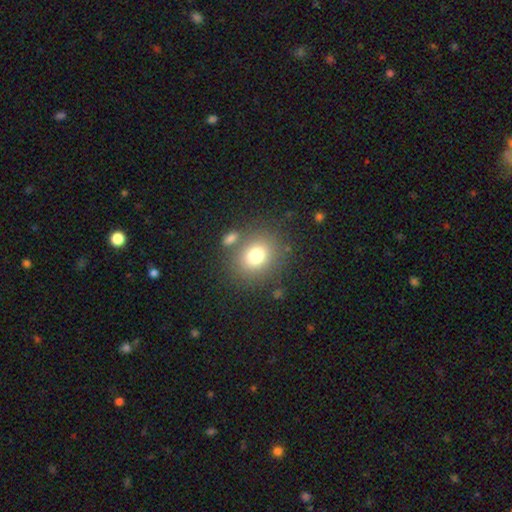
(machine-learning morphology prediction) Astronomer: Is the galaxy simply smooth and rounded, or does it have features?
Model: smooth — 77%.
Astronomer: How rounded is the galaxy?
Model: round — 69%.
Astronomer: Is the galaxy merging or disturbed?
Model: none — 75%.